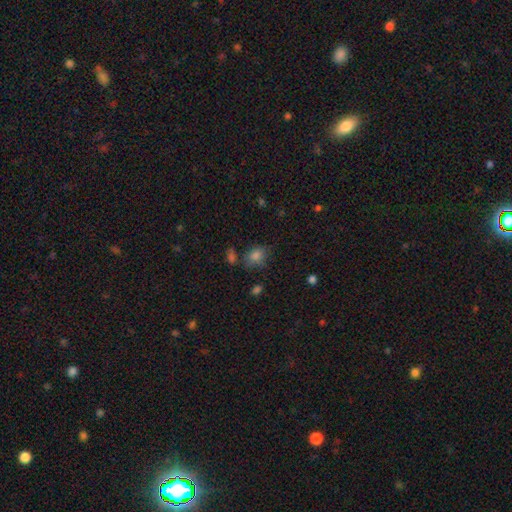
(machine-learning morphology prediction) smooth-or-featured: smooth: 77% | star or artifact: 14% | featured or disk: 9%
  how-rounded: in between: 58% | round: 40% | cigar-shaped: 1%
  merging: none: 63% | minor disturbance: 20% | merger: 10% | major disturbance: 7%